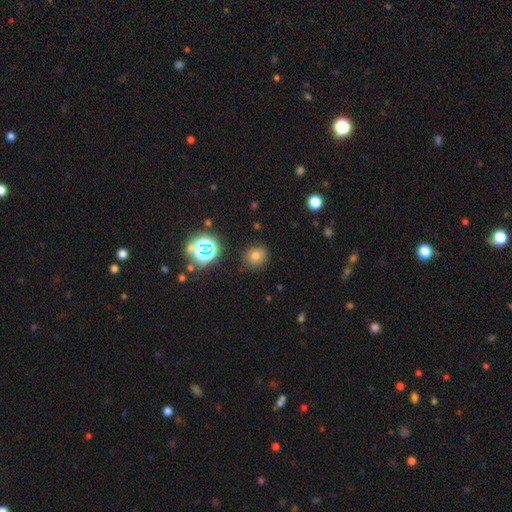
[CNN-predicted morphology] This appears to be a smooth galaxy with no disk features (71%) that is round (80%). Merging: none (82%).